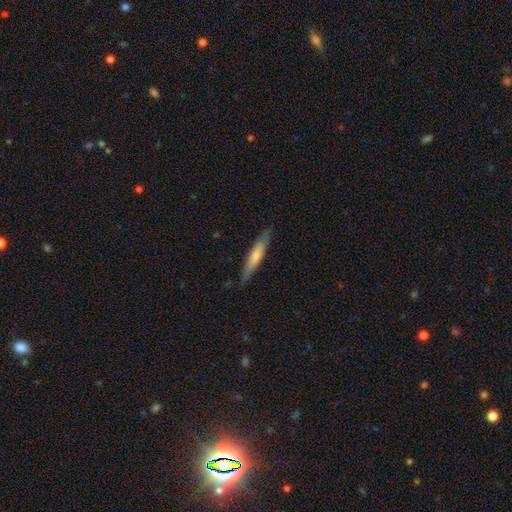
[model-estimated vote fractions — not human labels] Q: Smooth or featured?
A: smooth (63%); runner-up: featured or disk (32%)
Q: How rounded?
A: cigar-shaped (87%); runner-up: in between (12%)
Q: Merging?
A: none (84%); runner-up: minor disturbance (13%)